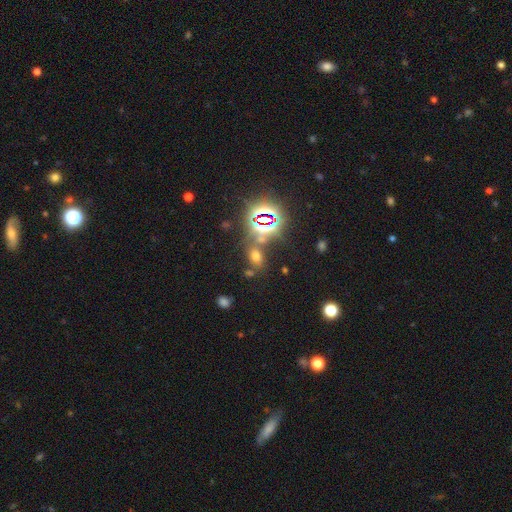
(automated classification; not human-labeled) This is possibly a smooth galaxy (49%). Merging: likely none (67%).